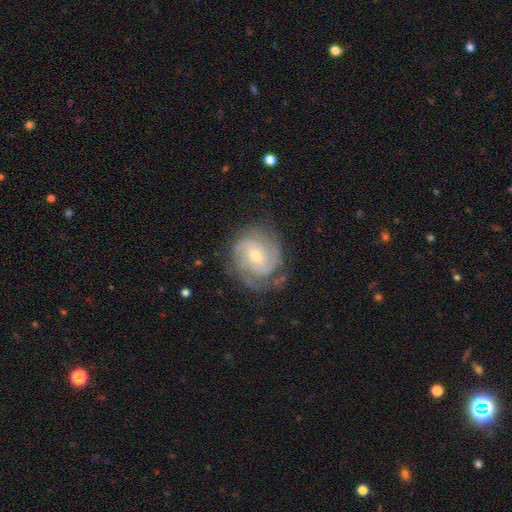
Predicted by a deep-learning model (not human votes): Smooth or featured? Predicted: featured or disk (p=0.87). Edge-on disk? Predicted: no (p=0.97). Bar? Predicted: no (p=0.51). Spiral arms? Predicted: yes (p=0.96). Spiral winding? Predicted: tight (p=0.66). Spiral arm count? Predicted: 2 (p=0.36). Bulge size? Predicted: moderate (p=0.50). Merging? Predicted: none (p=0.71).